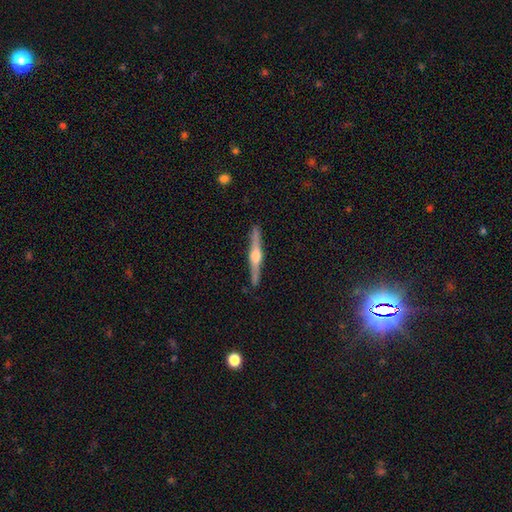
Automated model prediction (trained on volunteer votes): Q: Smooth or featured?
A: featured or disk (80%); runner-up: smooth (14%)
Q: Edge-on disk?
A: yes (98%); runner-up: no (2%)
Q: Edge-on bulge?
A: rounded (92%); runner-up: boxy (5%)
Q: Merging?
A: none (91%); runner-up: minor disturbance (6%)